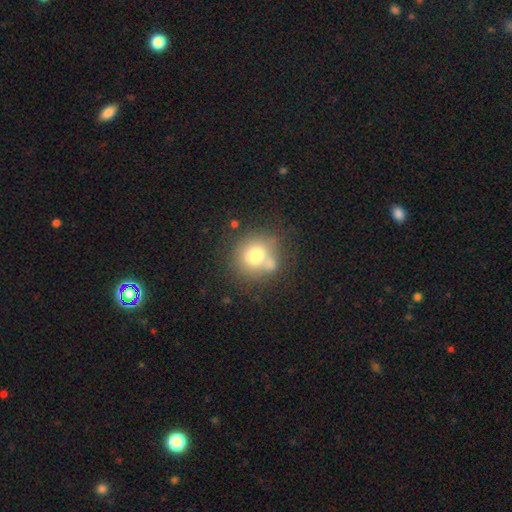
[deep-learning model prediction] A smooth galaxy with no disk features (70%) that is round (83%).

Vote fractions:
- Smooth or featured? smooth: 70% / featured or disk: 18% / star or artifact: 12%
- How rounded? round: 83% / in between: 16% / cigar-shaped: 1%
- Merging? none: 55% / merger: 22% / minor disturbance: 16% / major disturbance: 7%